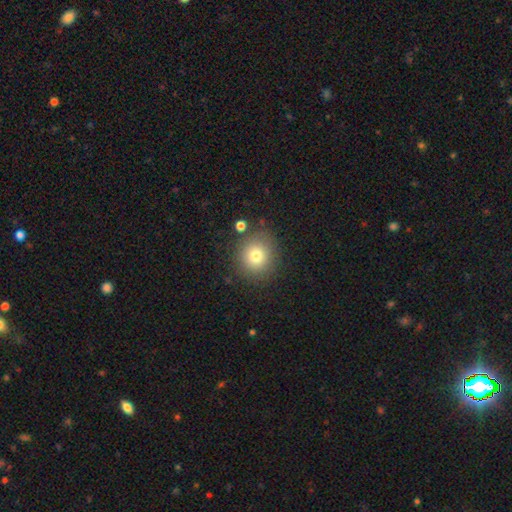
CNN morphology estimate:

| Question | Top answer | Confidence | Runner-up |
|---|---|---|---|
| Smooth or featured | smooth | 77% | star or artifact (13%) |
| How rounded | round | 85% | in between (14%) |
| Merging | none | 82% | minor disturbance (10%) |